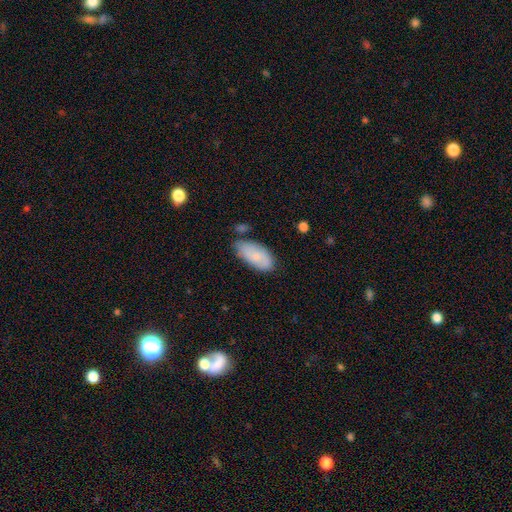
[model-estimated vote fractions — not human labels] smooth_or_featured: smooth (p=0.73) [alt: featured or disk p=0.20]
how_rounded: in between (p=0.92) [alt: cigar-shaped p=0.06]
merging: none (p=0.65) [alt: minor disturbance p=0.24]